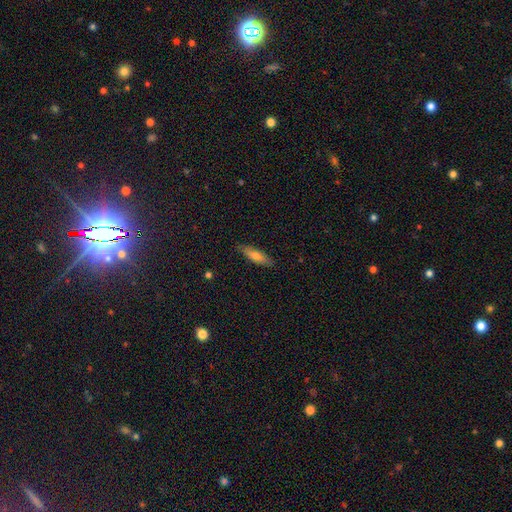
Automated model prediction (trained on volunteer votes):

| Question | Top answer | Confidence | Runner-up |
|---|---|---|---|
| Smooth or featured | smooth | 68% | featured or disk (26%) |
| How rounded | cigar-shaped | 61% | in between (37%) |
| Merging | none | 87% | minor disturbance (10%) |